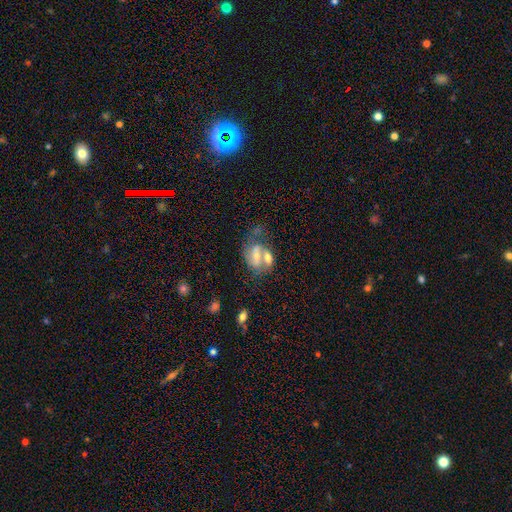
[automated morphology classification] A featured or disk galaxy (53%) with no bar (52%), spiral arms (55%) and a moderate central bulge (48%). Merging: merger (61%).